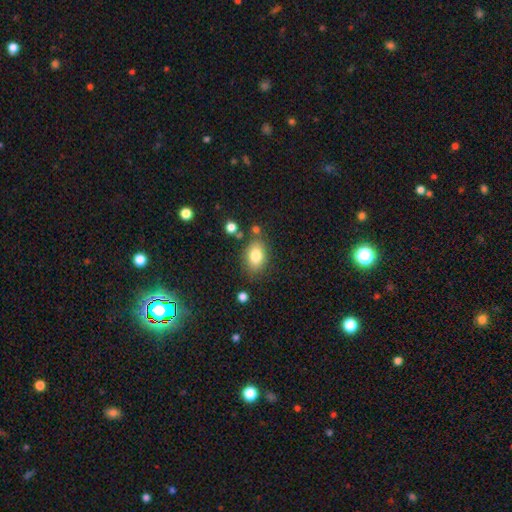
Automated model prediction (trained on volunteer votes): This appears to be a smooth galaxy with no disk features (81%) that is in between round and cigar-shaped (80%). Merging: none (76%).